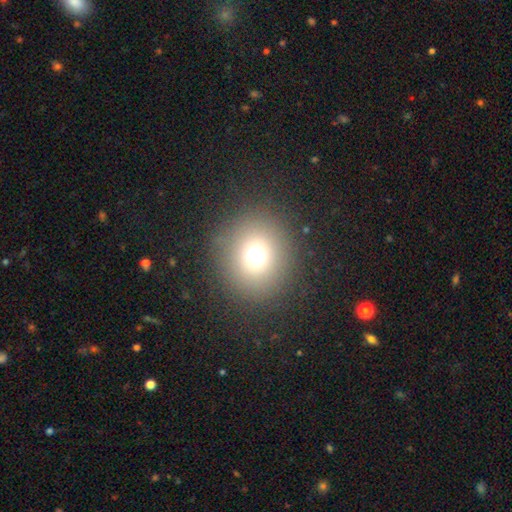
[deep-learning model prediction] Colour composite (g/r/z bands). It shows a smooth galaxy with no disk features (68%) that is round (87%). Merging: none (87%).